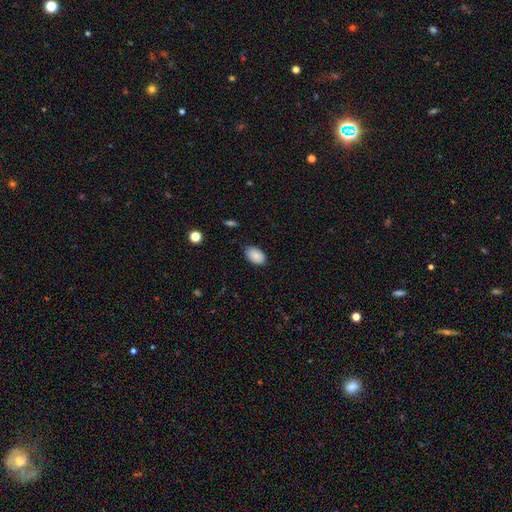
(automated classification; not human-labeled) smooth-or-featured: smooth: 87% | star or artifact: 7% | featured or disk: 5%
  how-rounded: in between: 91% | round: 8% | cigar-shaped: 1%
  merging: none: 83% | minor disturbance: 14% | major disturbance: 2% | merger: 1%